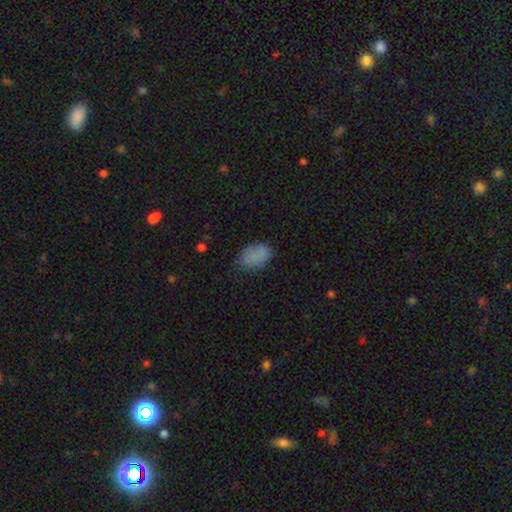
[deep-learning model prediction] This is clearly a smooth galaxy (83%). How rounded: clearly in between (89%). Merging: likely none (69%).